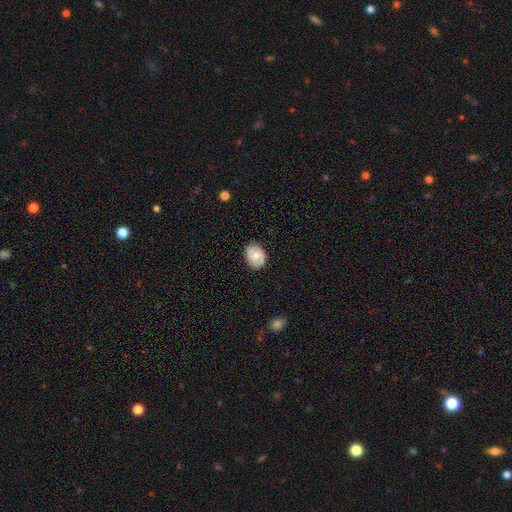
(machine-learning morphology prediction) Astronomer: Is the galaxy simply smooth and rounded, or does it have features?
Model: smooth — 54% (runner-up: featured or disk, 38%).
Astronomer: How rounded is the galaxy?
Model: in between — 58% (runner-up: round, 41%).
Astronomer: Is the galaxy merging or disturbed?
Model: none — 82%.